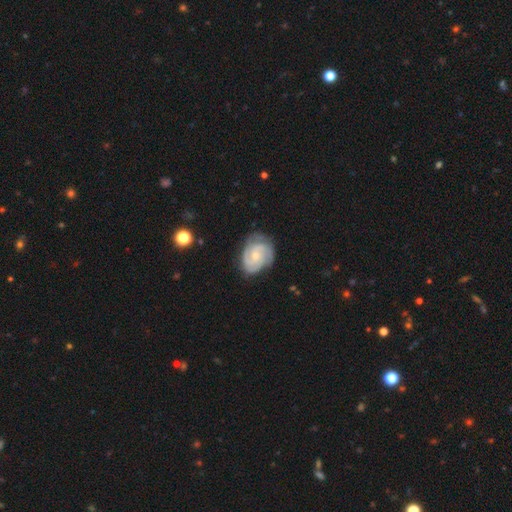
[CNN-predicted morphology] smooth_or_featured: featured or disk (p=0.83) [alt: smooth p=0.12]
disk_edge_on: no (p=0.98) [alt: yes p=0.02]
bar: no (p=0.63) [alt: weak p=0.32]
has_spiral_arms: yes (p=0.96) [alt: no p=0.04]
spiral_winding: tight (p=0.55) [alt: medium p=0.38]
spiral_arm_count: 2 (p=0.42) [alt: 3 p=0.32]
bulge_size: small (p=0.67) [alt: moderate p=0.28]
merging: none (p=0.71) [alt: minor disturbance p=0.21]